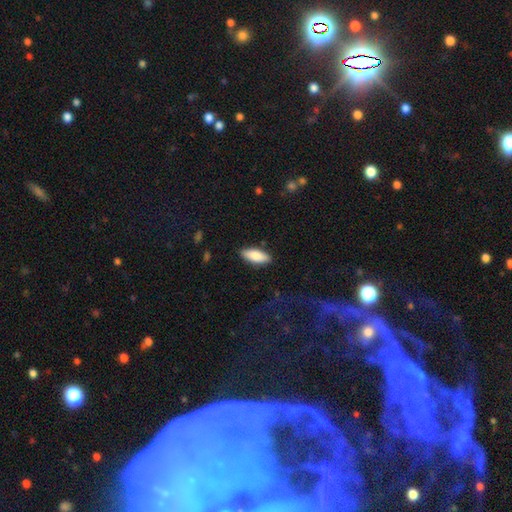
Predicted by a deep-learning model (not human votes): smooth-or-featured: smooth: 82% | featured or disk: 12% | star or artifact: 6%
  how-rounded: in between: 76% | cigar-shaped: 22% | round: 2%
  merging: none: 87% | minor disturbance: 10% | major disturbance: 2% | merger: 1%